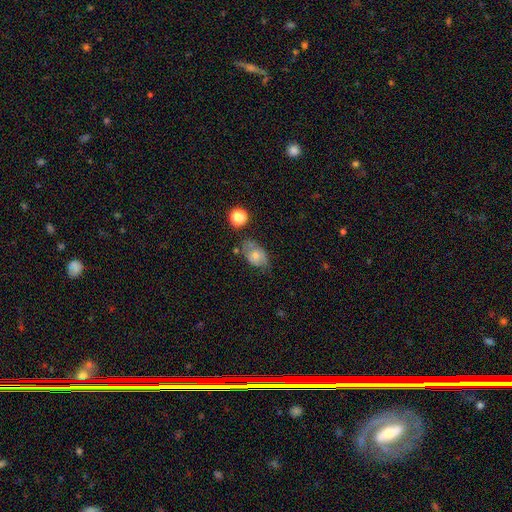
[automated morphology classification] smooth-or-featured: smooth: 63% | featured or disk: 28% | star or artifact: 10%
  how-rounded: in between: 79% | round: 19% | cigar-shaped: 2%
  merging: none: 51% | minor disturbance: 30% | major disturbance: 11% | merger: 7%